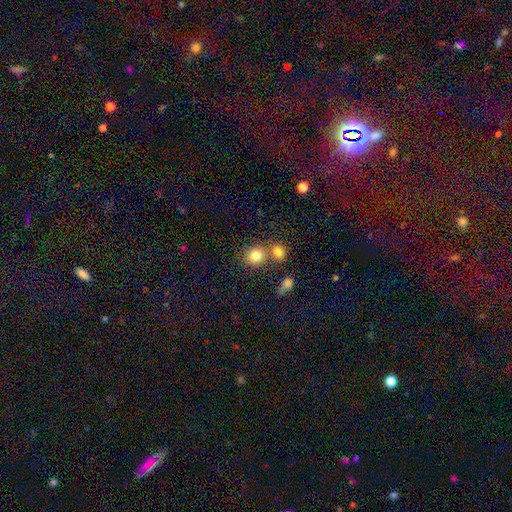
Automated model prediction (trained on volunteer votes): The model was most divided on "merging": none: 58%, merger: 30%, minor disturbance: 9%, major disturbance: 4%. More confident: smooth or featured — smooth (82%); how rounded — round (79%).